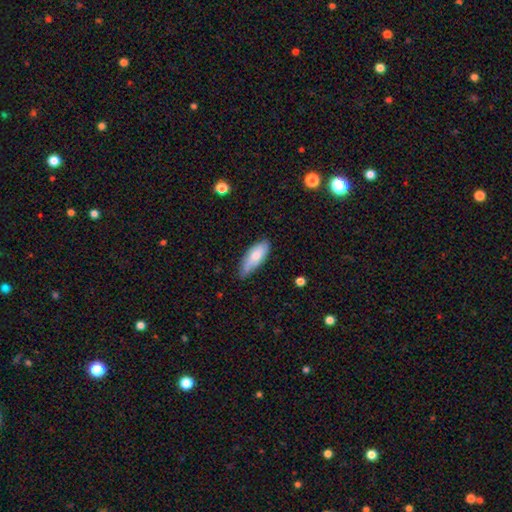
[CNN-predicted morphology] Smooth or featured? Predicted: smooth (p=0.72). How rounded? Predicted: in between (p=0.78). Merging? Predicted: none (p=0.63).